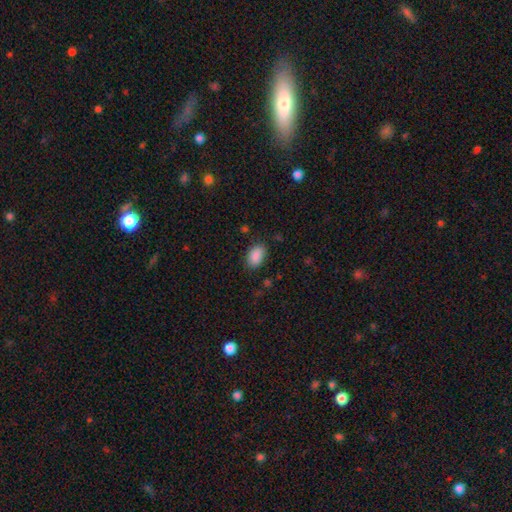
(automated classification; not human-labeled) This is clearly a smooth galaxy (89%). How rounded: clearly in between (90%). Merging: clearly none (81%).